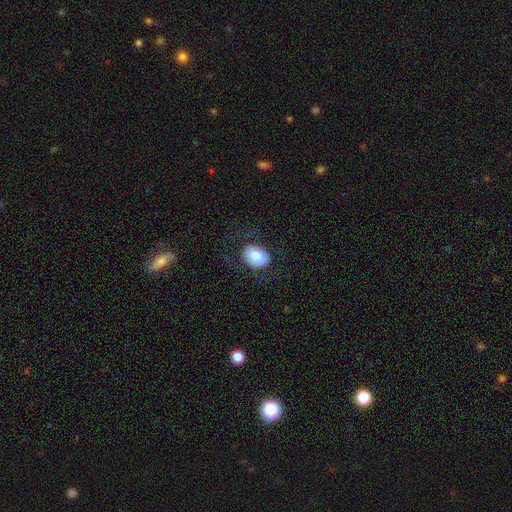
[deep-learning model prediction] Q: Smooth or featured?
A: smooth (75%); runner-up: featured or disk (18%)
Q: How rounded?
A: in between (71%); runner-up: round (28%)
Q: Merging?
A: none (76%); runner-up: minor disturbance (13%)